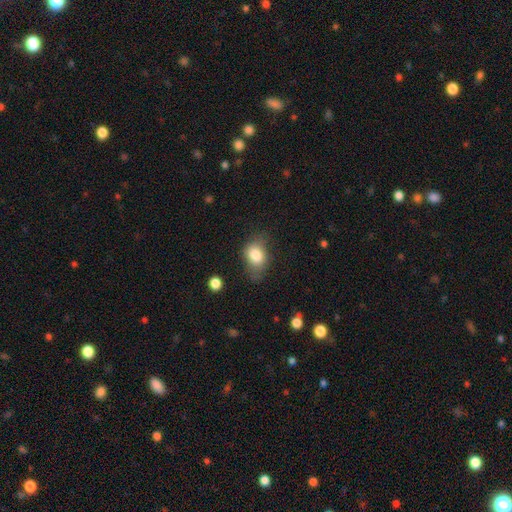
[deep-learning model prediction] Overall: smooth (80%). How rounded: in between (69%; round 30%). Merging: none (52%; minor disturbance 32%).